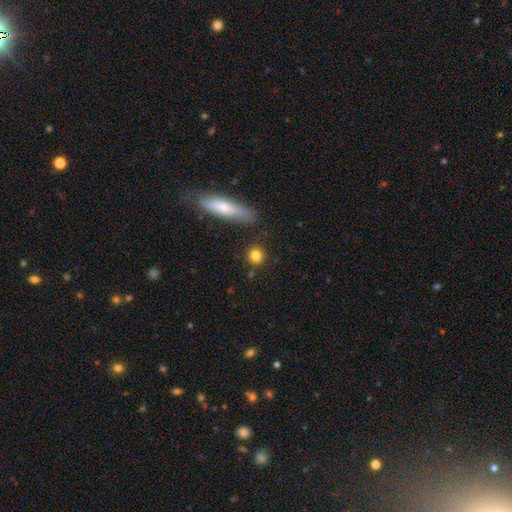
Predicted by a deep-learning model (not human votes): A smooth galaxy with no disk features (82%) that is round (88%). Merging: none (85%).